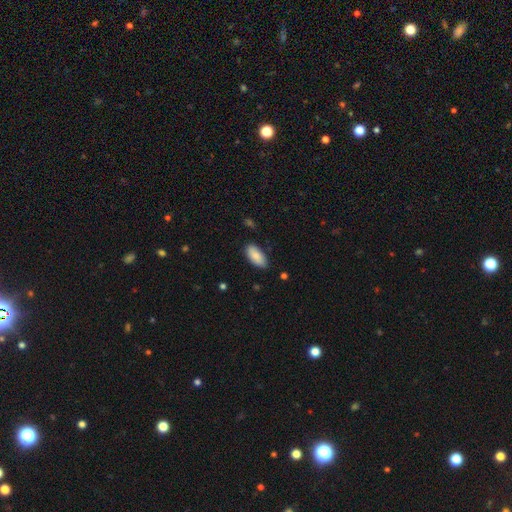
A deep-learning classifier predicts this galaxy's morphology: A smooth galaxy with no disk features (87%) that is in between round and cigar-shaped (91%). Merging: none (84%).